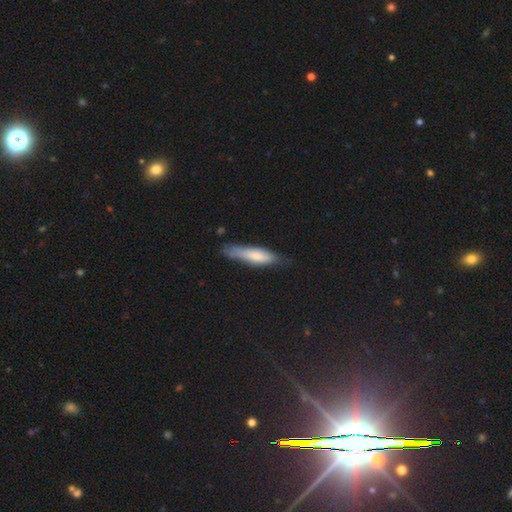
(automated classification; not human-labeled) Smooth or featured? smooth (71%)
How rounded? cigar-shaped (74%)
Merging? none (63%)